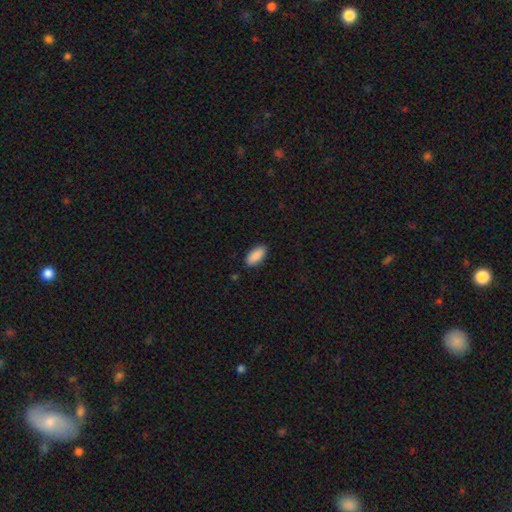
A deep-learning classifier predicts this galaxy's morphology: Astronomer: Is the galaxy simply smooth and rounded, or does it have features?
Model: smooth — 90%.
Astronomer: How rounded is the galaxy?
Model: in between — 92%.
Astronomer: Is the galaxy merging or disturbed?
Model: none — 88%.